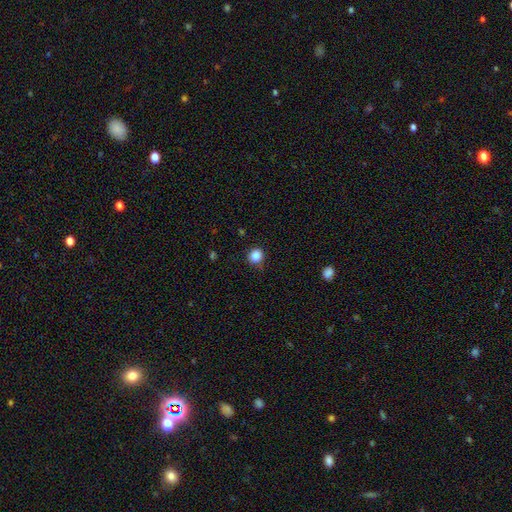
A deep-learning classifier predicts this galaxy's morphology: smooth_or_featured: smooth (p=0.86) [alt: star or artifact p=0.11]
how_rounded: round (p=0.90) [alt: in between p=0.09]
merging: none (p=0.82) [alt: minor disturbance p=0.14]